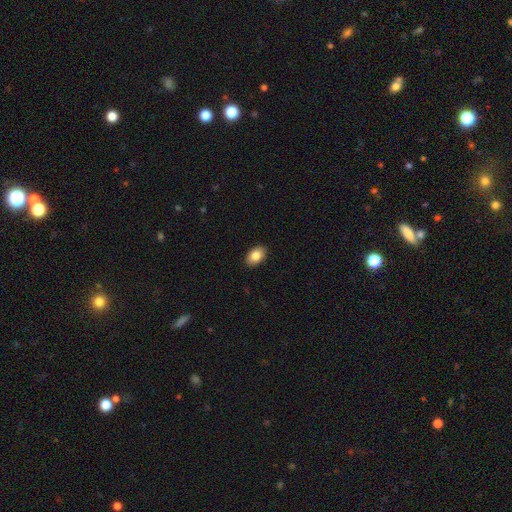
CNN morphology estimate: The model was most divided on "smooth or featured": smooth: 84%, featured or disk: 9%, star or artifact: 7%. More confident: merging — none (90%); how rounded — in between (88%).